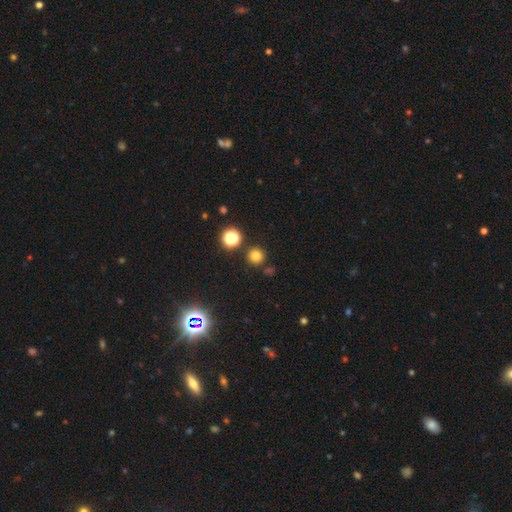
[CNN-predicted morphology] A smooth galaxy with no disk features (76%) that is round (95%).

Vote fractions:
- Smooth or featured? smooth: 76% / star or artifact: 18% / featured or disk: 6%
- How rounded? round: 95% / in between: 4% / cigar-shaped: 1%
- Merging? none: 87% / minor disturbance: 6% / merger: 5% / major disturbance: 2%